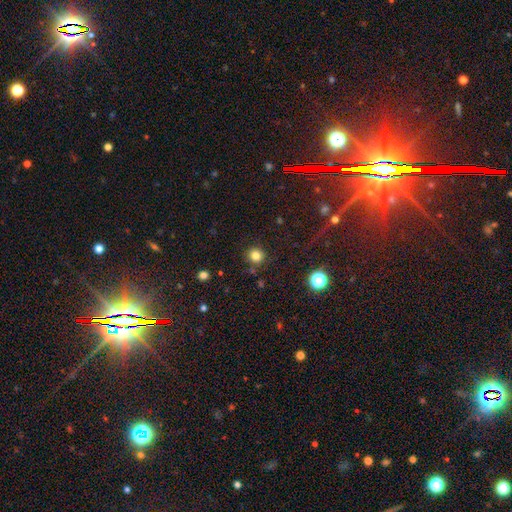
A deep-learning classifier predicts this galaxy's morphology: The model was most divided on "smooth or featured": smooth: 81%, star or artifact: 13%, featured or disk: 5%. More confident: how rounded — round (91%); merging — none (86%).